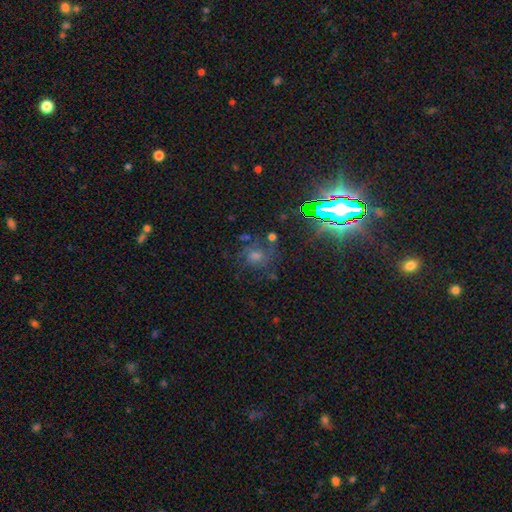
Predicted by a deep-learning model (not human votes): A star or artifact, not a galaxy (48%).

Vote fractions:
- Smooth or featured? star or artifact: 48% / featured or disk: 32% / smooth: 21%